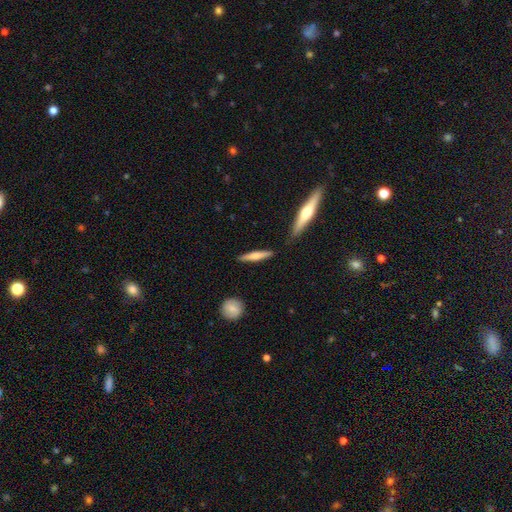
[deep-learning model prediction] smooth_or_featured: smooth (p=0.50) [alt: featured or disk p=0.44]
how_rounded: cigar-shaped (p=0.87) [alt: in between p=0.11]
merging: none (p=0.86) [alt: minor disturbance p=0.09]